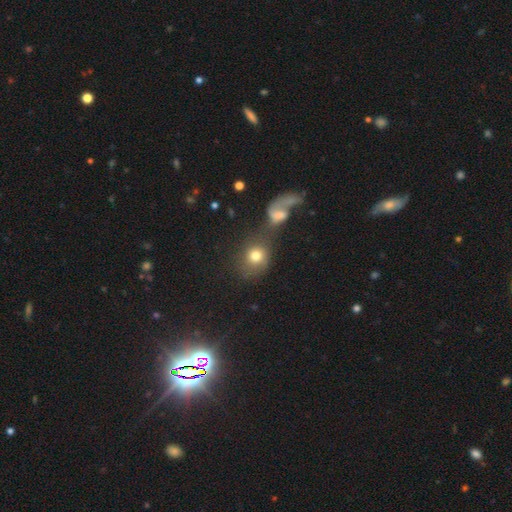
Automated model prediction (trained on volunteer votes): Smooth or featured?
  - smooth: 72% *
  - featured or disk: 16%
  - star or artifact: 12%
How rounded?
  - round: 69% *
  - in between: 29%
  - cigar-shaped: 2%
Merging?
  - merger: 44% *
  - none: 34%
  - major disturbance: 12%
  - minor disturbance: 10%